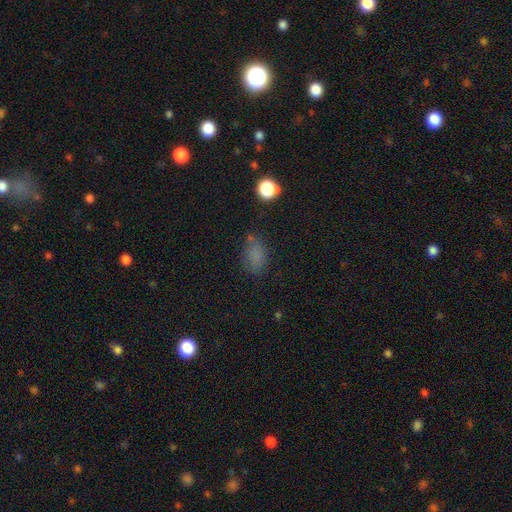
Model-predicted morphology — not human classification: Q: Smooth or featured?
A: smooth (74%); runner-up: star or artifact (18%)
Q: How rounded?
A: in between (82%); runner-up: round (15%)
Q: Merging?
A: none (67%); runner-up: minor disturbance (21%)